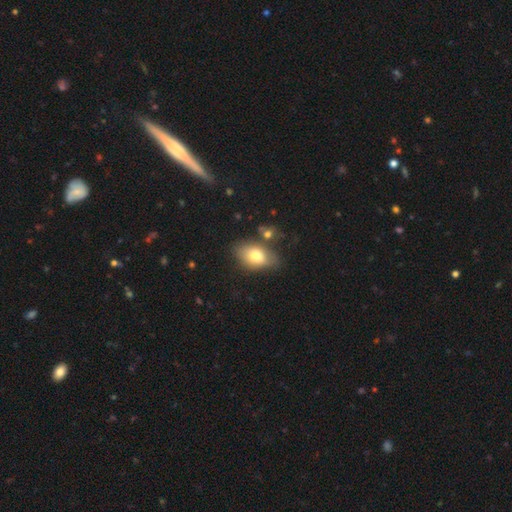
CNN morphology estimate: This appears to be a smooth galaxy with no disk features (77%) that is in between round and cigar-shaped (88%). Merging: none (61%).